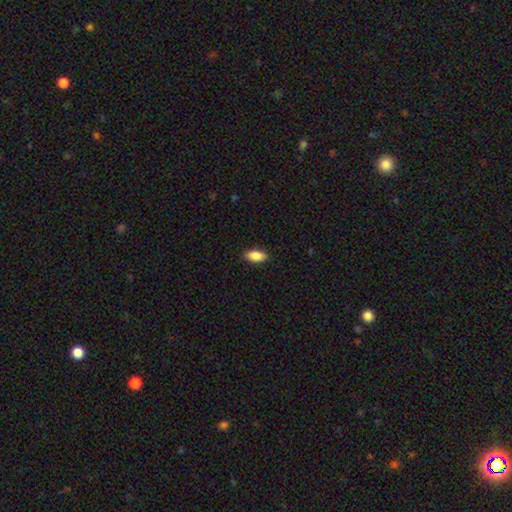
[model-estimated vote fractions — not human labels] smooth-or-featured: smooth: 89% | star or artifact: 7% | featured or disk: 5%
  how-rounded: in between: 91% | cigar-shaped: 6% | round: 3%
  merging: none: 87% | minor disturbance: 10% | major disturbance: 2% | merger: 1%